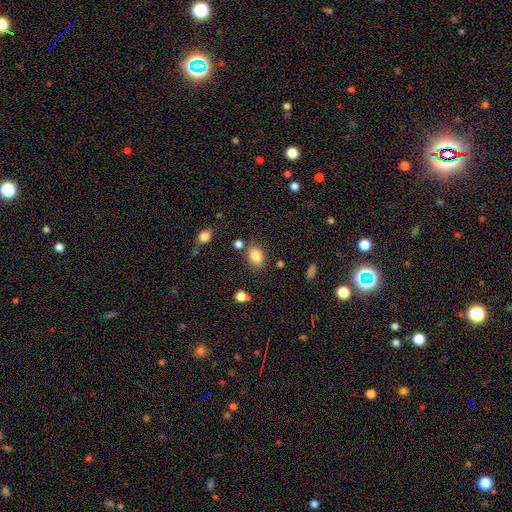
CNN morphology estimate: Smooth or featured?
  - smooth: 84% *
  - star or artifact: 10%
  - featured or disk: 6%
How rounded?
  - in between: 70% *
  - round: 29%
  - cigar-shaped: 1%
Merging?
  - none: 76% *
  - minor disturbance: 13%
  - merger: 7%
  - major disturbance: 4%